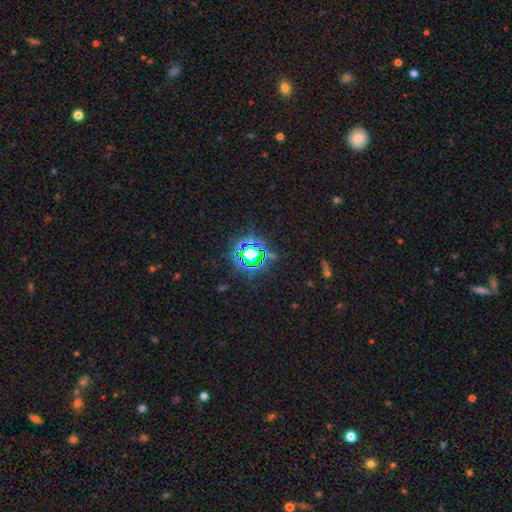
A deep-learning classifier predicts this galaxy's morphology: A star or artifact, not a galaxy (80%).